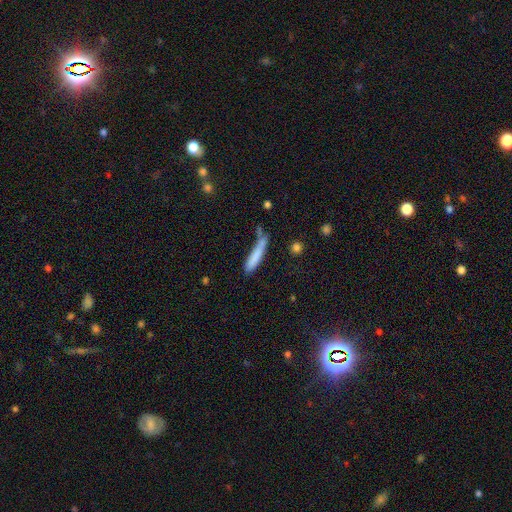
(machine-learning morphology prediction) Smooth or featured: smooth — 77% (featured or disk — 16%)
How rounded: cigar-shaped — 91% (in between — 8%)
Merging: none — 60% (minor disturbance — 23%)